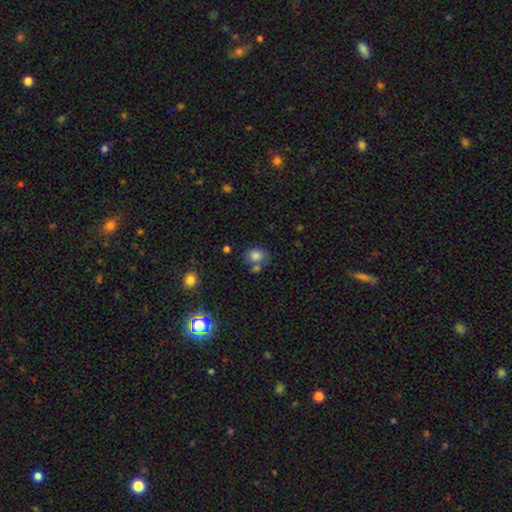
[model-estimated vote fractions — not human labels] smooth-or-featured: smooth: 80% | star or artifact: 12% | featured or disk: 8%
  how-rounded: in between: 55% | round: 44% | cigar-shaped: 1%
  merging: none: 54% | merger: 25% | minor disturbance: 16% | major disturbance: 6%